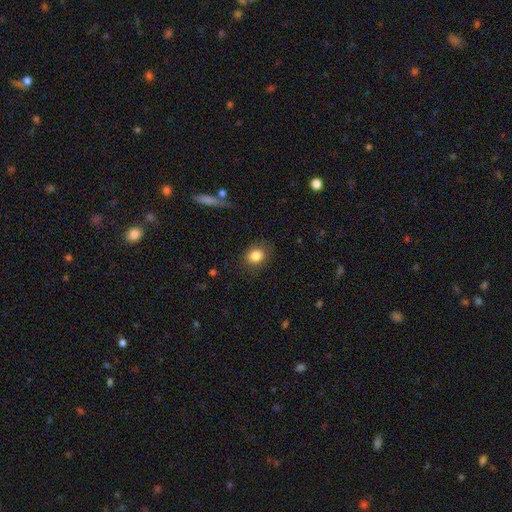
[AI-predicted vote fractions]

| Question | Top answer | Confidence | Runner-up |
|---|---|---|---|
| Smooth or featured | smooth | 84% | star or artifact (9%) |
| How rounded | round | 55% | in between (44%) |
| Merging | none | 83% | minor disturbance (12%) |